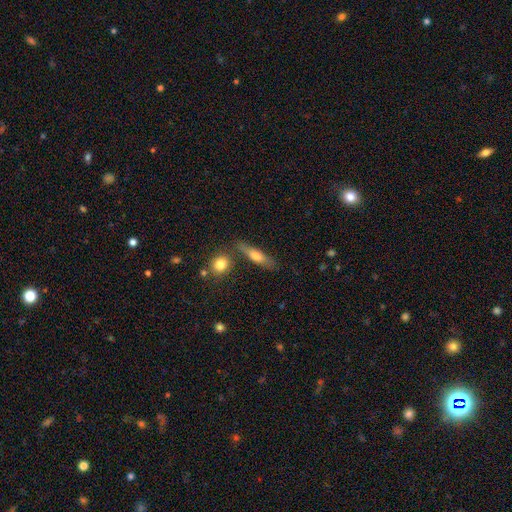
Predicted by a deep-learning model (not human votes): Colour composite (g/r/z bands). It shows a smooth galaxy with no disk features (64%) that is cigar-shaped (64%). Merging: none (68%).